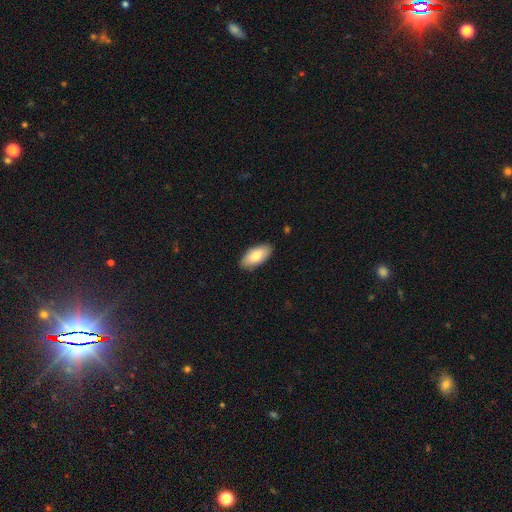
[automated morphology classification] smooth-or-featured: smooth: 79% | featured or disk: 15% | star or artifact: 6%
  how-rounded: in between: 92% | cigar-shaped: 6% | round: 2%
  merging: none: 89% | minor disturbance: 9% | major disturbance: 2% | merger: 1%